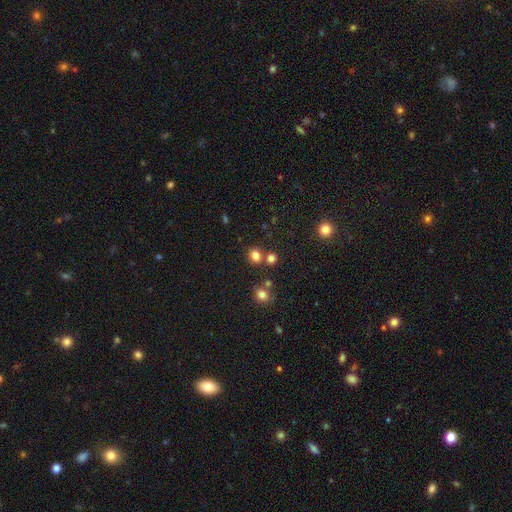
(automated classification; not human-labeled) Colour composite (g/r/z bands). It shows a smooth galaxy with no disk features (79%) that is round (80%). Merging: none (73%).